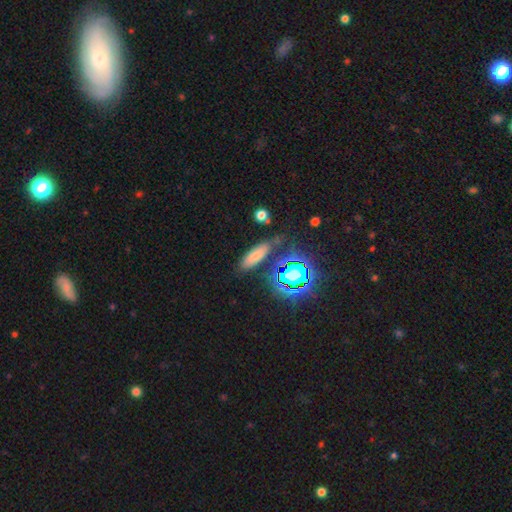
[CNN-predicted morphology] Smooth or featured?
  - smooth: 63% *
  - star or artifact: 21%
  - featured or disk: 16%
How rounded?
  - in between: 54% *
  - cigar-shaped: 42%
  - round: 5%
Merging?
  - none: 77% *
  - minor disturbance: 14%
  - major disturbance: 5%
  - merger: 4%